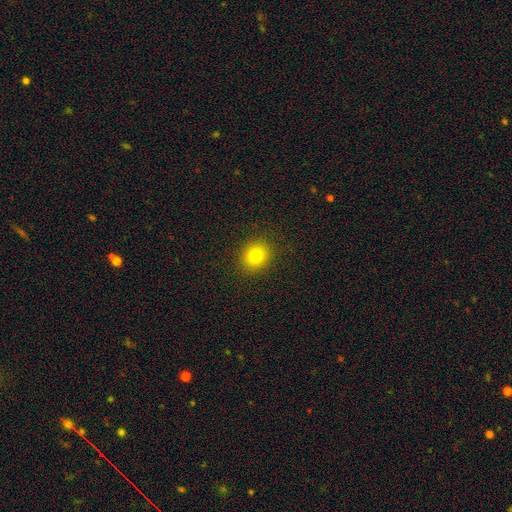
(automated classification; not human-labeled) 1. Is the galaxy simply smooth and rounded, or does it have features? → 79% smooth, 13% star or artifact, 8% featured or disk.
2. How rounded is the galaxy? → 70% round, 29% in between, 1% cigar-shaped.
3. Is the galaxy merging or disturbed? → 89% none, 7% minor disturbance, 3% major disturbance, 1% merger.